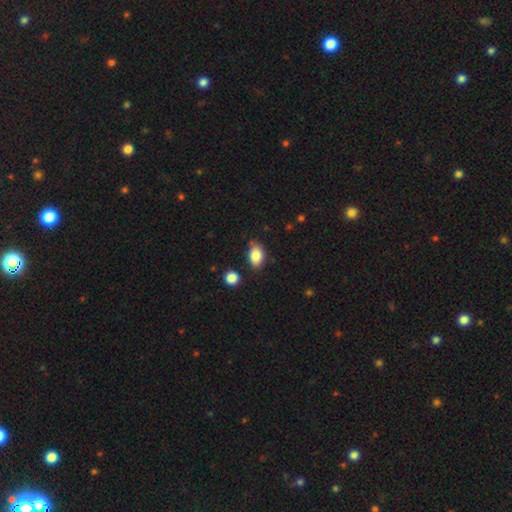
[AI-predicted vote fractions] smooth-or-featured: smooth: 86% | star or artifact: 8% | featured or disk: 6%
  how-rounded: in between: 88% | round: 10% | cigar-shaped: 2%
  merging: none: 77% | minor disturbance: 16% | merger: 4% | major disturbance: 3%